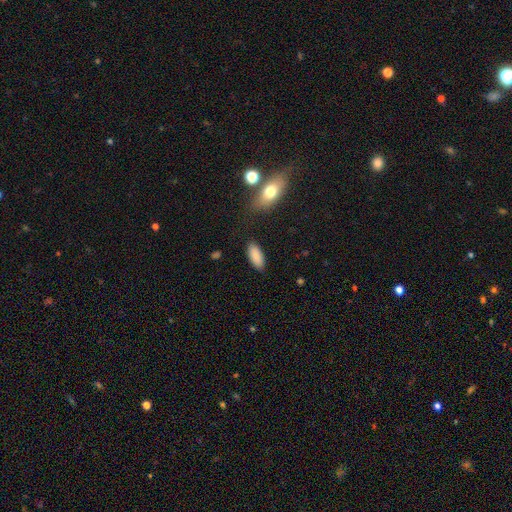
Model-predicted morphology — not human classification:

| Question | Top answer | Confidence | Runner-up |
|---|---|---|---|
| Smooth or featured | smooth | 87% | star or artifact (7%) |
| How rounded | in between | 87% | cigar-shaped (11%) |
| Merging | none | 86% | minor disturbance (10%) |